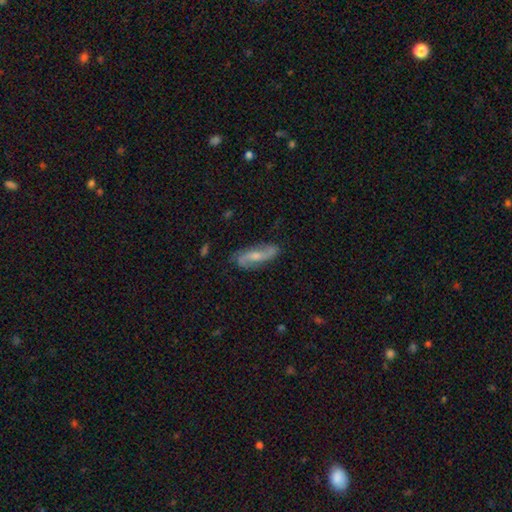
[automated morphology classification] Q: Smooth or featured?
A: featured or disk (70%); runner-up: smooth (24%)
Q: Edge-on disk?
A: no (86%); runner-up: yes (14%)
Q: Bar?
A: no (44%); runner-up: weak (40%)
Q: Spiral arms?
A: yes (93%); runner-up: no (7%)
Q: Spiral winding?
A: loose (53%); runner-up: medium (33%)
Q: Spiral arm count?
A: 2 (88%); runner-up: can't tell (6%)
Q: Bulge size?
A: moderate (45%); runner-up: small (40%)
Q: Merging?
A: none (76%); runner-up: minor disturbance (17%)